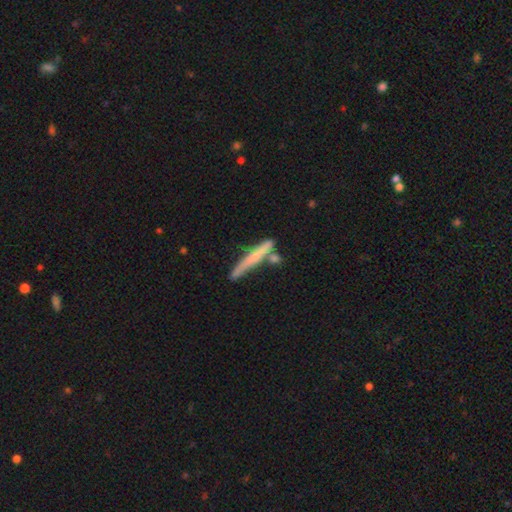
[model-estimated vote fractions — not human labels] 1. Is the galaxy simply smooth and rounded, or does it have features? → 54% smooth, 40% featured or disk, 6% star or artifact.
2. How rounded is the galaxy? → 94% cigar-shaped, 4% in between, 2% round.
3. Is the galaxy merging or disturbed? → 63% none, 17% minor disturbance, 15% merger, 5% major disturbance.